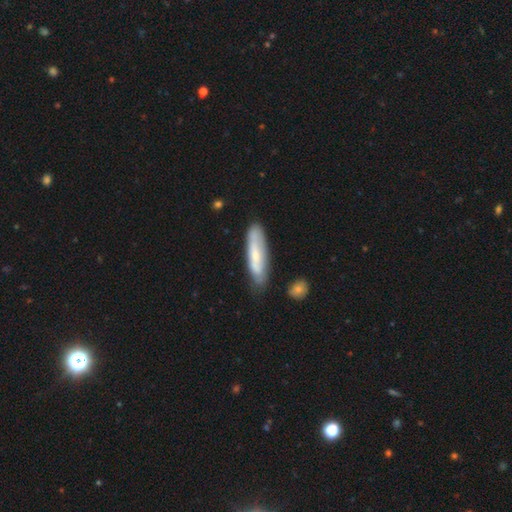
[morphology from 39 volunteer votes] Q: Smooth or featured?
A: smooth (54%); runner-up: featured or disk (41%)
Q: How rounded?
A: cigar-shaped (81%); runner-up: in between (19%)
Q: Merging?
A: none (65%); runner-up: minor disturbance (27%)